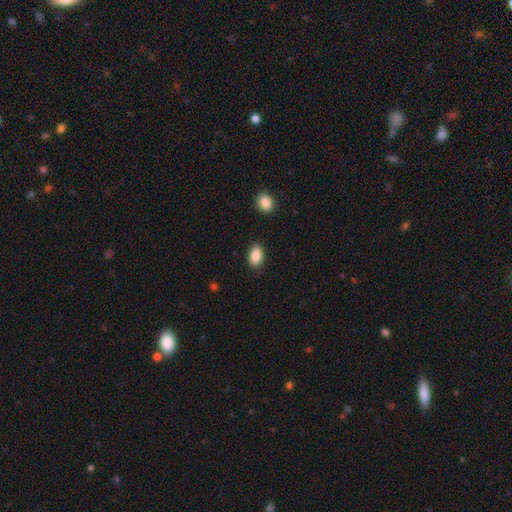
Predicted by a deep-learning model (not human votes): This is clearly a smooth galaxy (88%). How rounded: clearly in between (90%). Merging: clearly none (85%).